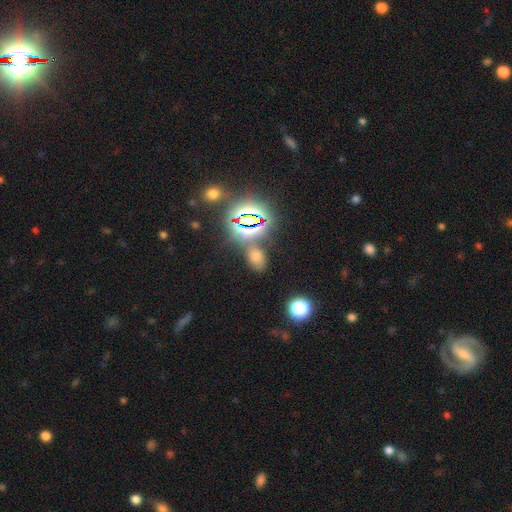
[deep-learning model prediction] This is possibly a smooth galaxy (51%). How rounded: clearly in between (80%). Merging: likely none (64%).